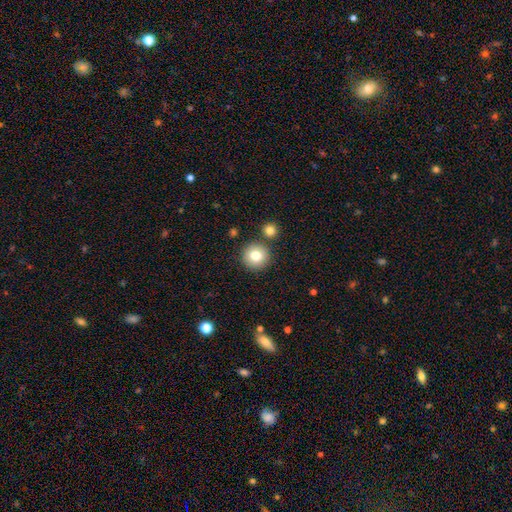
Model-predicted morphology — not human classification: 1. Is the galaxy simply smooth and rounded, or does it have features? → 80% smooth, 10% star or artifact, 10% featured or disk.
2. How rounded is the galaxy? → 94% round, 5% in between, 1% cigar-shaped.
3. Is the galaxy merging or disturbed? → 83% none, 8% merger, 7% minor disturbance, 2% major disturbance.